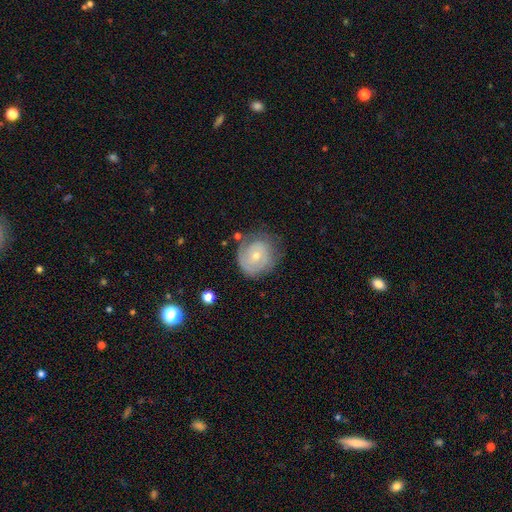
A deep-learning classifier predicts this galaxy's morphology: This is likely a featured or disk galaxy (63%). It is clearly not viewed edge-on (97%). Bar: likely no (72%). Spiral arm pattern: likely yes (80%). Central bulge: possibly small (55%). Merging: likely none (64%).